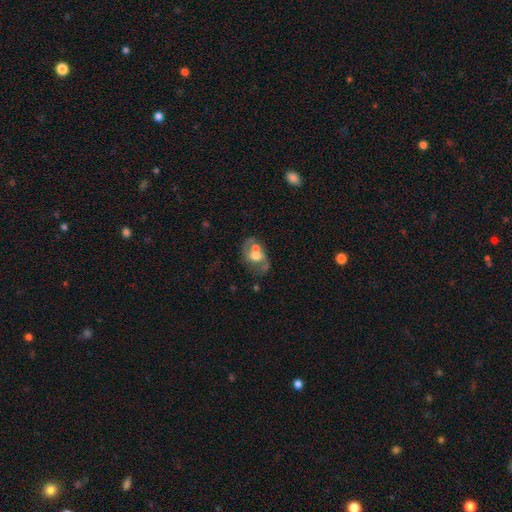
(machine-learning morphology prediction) featured or disk 52%, smooth 38%, star or artifact 9%. Down the decision tree: edge-on disk — no (96%); bar — no (73%); spiral arms — no (61%); bulge size — moderate (60%); merging — merger (43%).